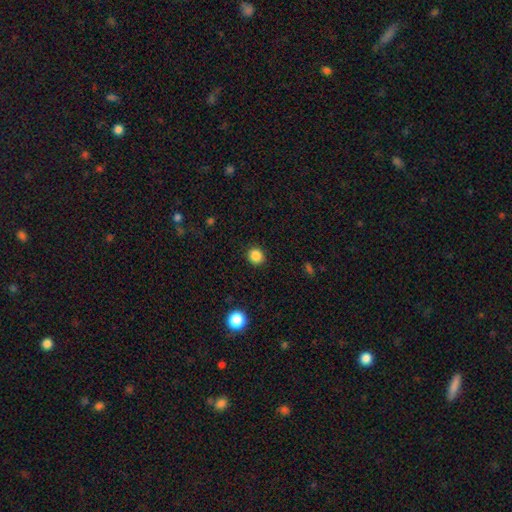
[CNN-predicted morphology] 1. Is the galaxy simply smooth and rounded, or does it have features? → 86% smooth, 11% star or artifact, 3% featured or disk.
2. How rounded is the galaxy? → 87% round, 12% in between, 1% cigar-shaped.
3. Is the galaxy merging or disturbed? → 91% none, 6% minor disturbance, 2% major disturbance, 1% merger.